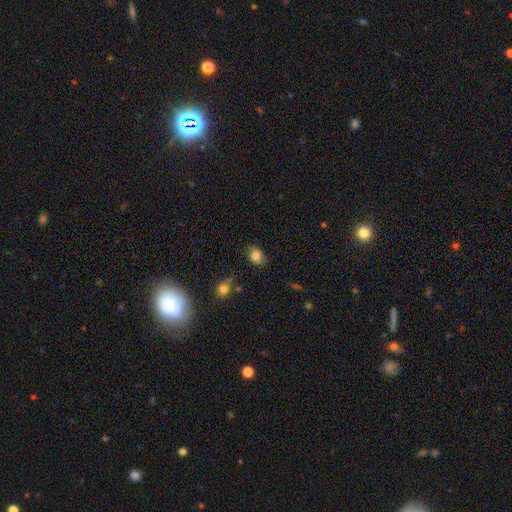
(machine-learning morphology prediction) smooth_or_featured: smooth (p=0.82) [alt: star or artifact p=0.10]
how_rounded: in between (p=0.69) [alt: round p=0.30]
merging: none (p=0.71) [alt: minor disturbance p=0.21]